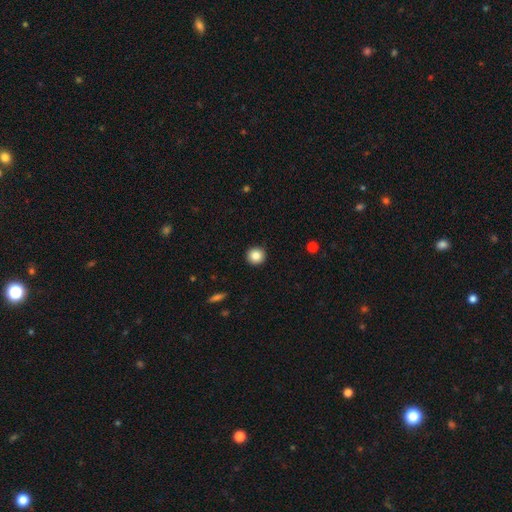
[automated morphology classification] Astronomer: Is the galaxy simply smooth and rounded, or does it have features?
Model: smooth — 86%.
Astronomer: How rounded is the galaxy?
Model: round — 94%.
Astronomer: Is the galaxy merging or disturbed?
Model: none — 93%.